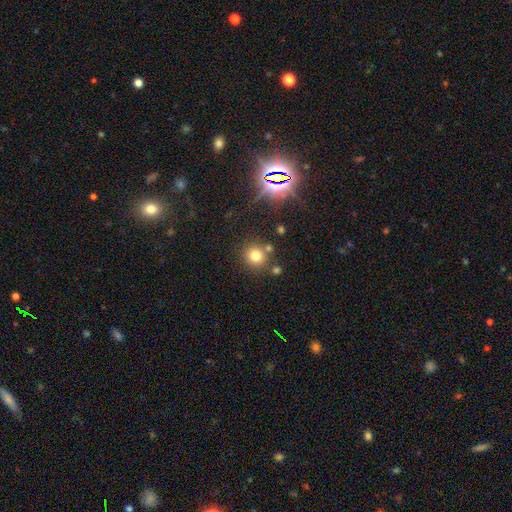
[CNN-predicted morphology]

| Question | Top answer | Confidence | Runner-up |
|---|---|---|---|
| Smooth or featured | smooth | 74% | star or artifact (18%) |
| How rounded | round | 90% | in between (9%) |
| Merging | none | 76% | merger (11%) |